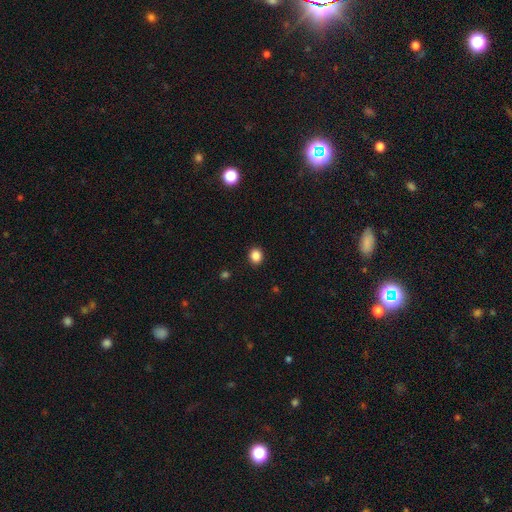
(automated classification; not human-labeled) The model was most divided on "how rounded": round: 67%, in between: 32%, cigar-shaped: 1%. More confident: merging — none (90%); smooth or featured — smooth (86%).